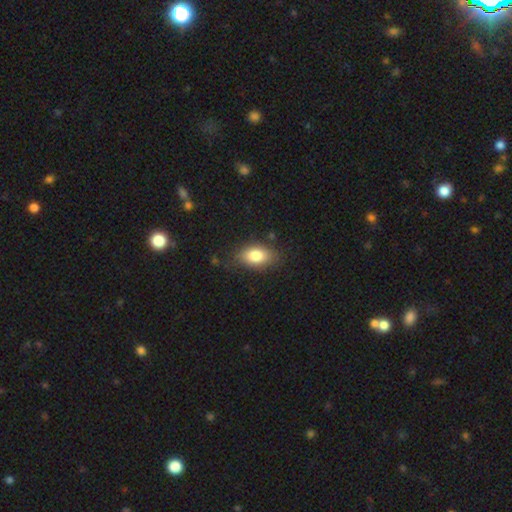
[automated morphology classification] Smooth or featured?
  - smooth: 81% *
  - featured or disk: 11%
  - star or artifact: 8%
How rounded?
  - in between: 88% *
  - round: 9%
  - cigar-shaped: 3%
Merging?
  - none: 77% *
  - minor disturbance: 17%
  - major disturbance: 4%
  - merger: 2%